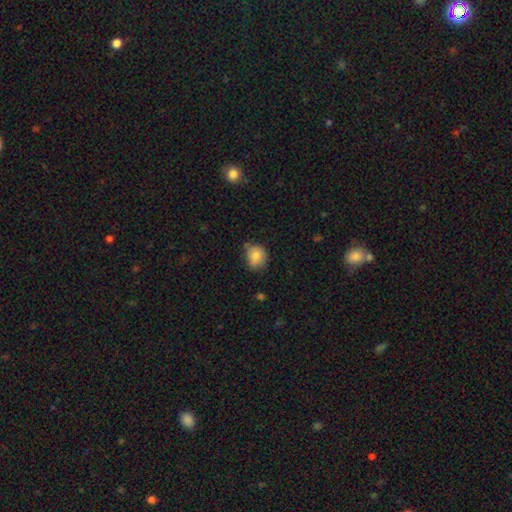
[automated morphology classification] Q: Smooth or featured?
A: smooth (80%); runner-up: featured or disk (11%)
Q: How rounded?
A: round (65%); runner-up: in between (34%)
Q: Merging?
A: none (58%); runner-up: minor disturbance (31%)